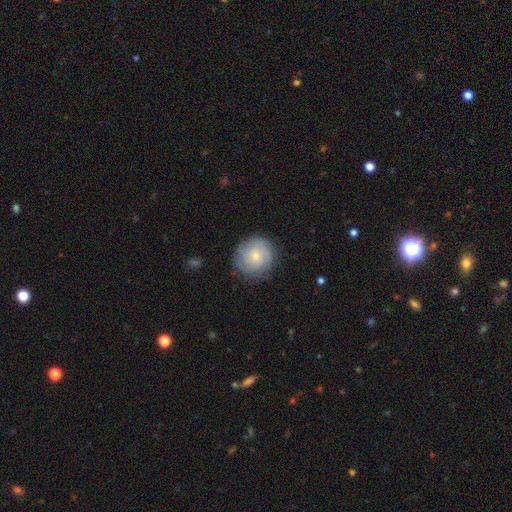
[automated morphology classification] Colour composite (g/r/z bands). It shows a smooth galaxy with no disk features (47%). Merging: none (82%).